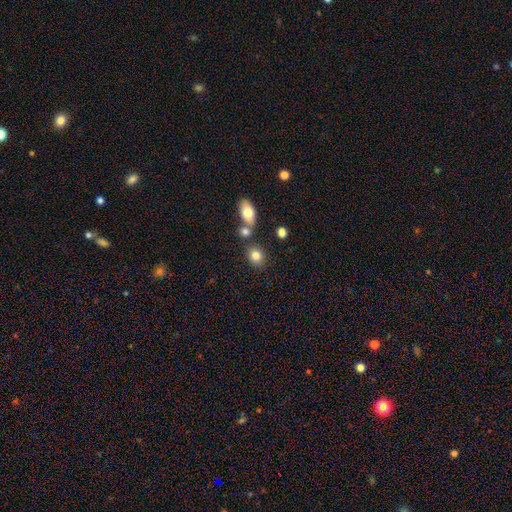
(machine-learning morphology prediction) smooth-or-featured: smooth: 81% | star or artifact: 10% | featured or disk: 9%
  how-rounded: round: 56% | in between: 42% | cigar-shaped: 1%
  merging: none: 69% | merger: 18% | minor disturbance: 10% | major disturbance: 3%